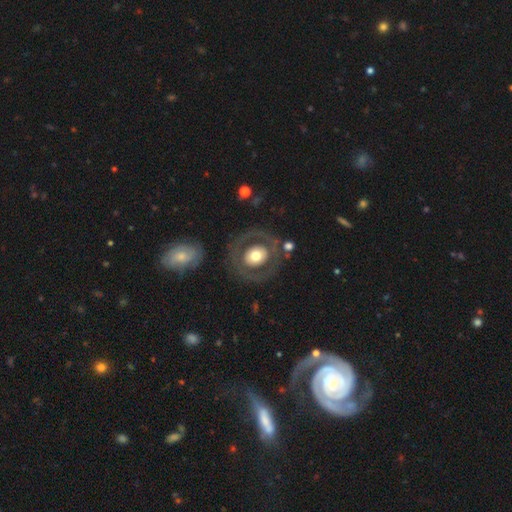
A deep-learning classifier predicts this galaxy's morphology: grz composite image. It shows a featured or disk galaxy (50%). Merging: none (77%).